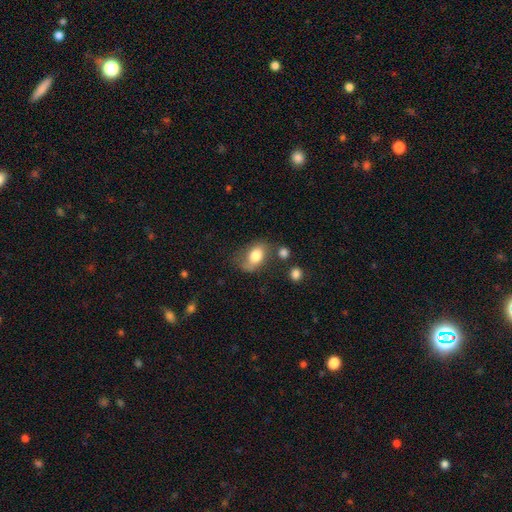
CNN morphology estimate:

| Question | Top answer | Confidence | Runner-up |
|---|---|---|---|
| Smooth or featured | smooth | 72% | featured or disk (20%) |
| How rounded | in between | 82% | round (16%) |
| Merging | none | 49% | minor disturbance (29%) |